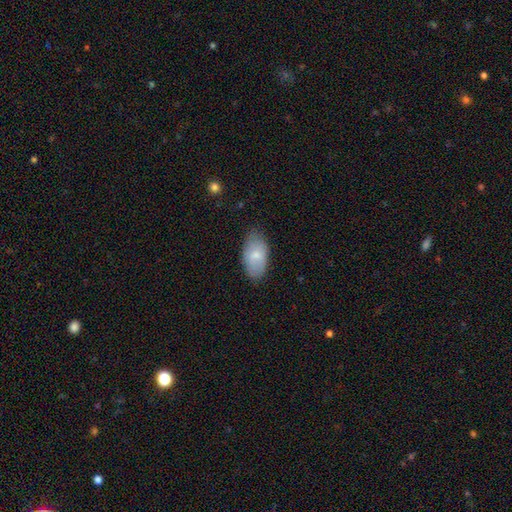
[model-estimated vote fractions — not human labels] Smooth or featured? smooth (76%)
How rounded? in between (94%)
Merging? none (78%)